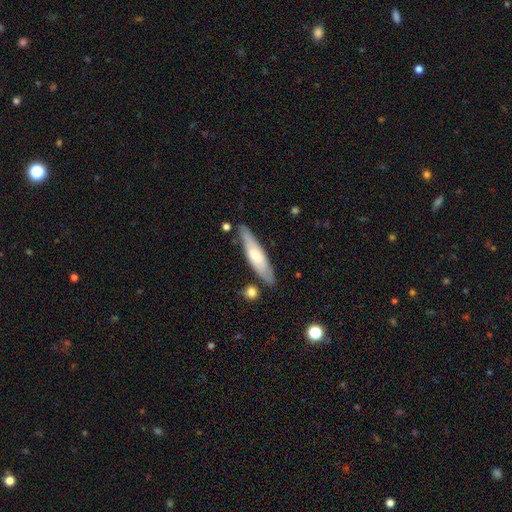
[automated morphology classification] Smooth or featured? Predicted: smooth (p=0.55). How rounded? Predicted: cigar-shaped (p=0.79). Merging? Predicted: none (p=0.80).